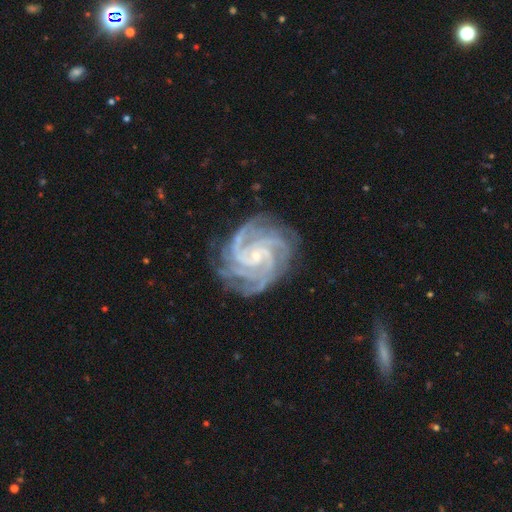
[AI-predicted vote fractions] featured or disk 93%, star or artifact 5%, smooth 3%. Down the decision tree: edge-on disk — no (98%); bar — no (58%); spiral arms — yes (99%); spiral arm count — 4 (35%); spiral winding — tight (73%); bulge size — small (83%); merging — none (81%).